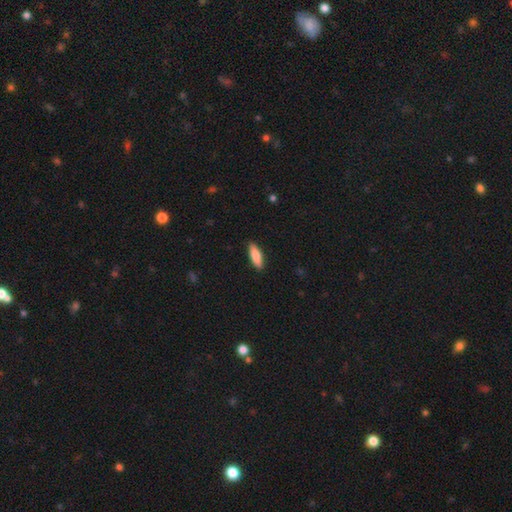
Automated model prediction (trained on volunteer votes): Smooth or featured?
  - smooth: 83% *
  - featured or disk: 12%
  - star or artifact: 5%
How rounded?
  - in between: 50% *
  - cigar-shaped: 48%
  - round: 2%
Merging?
  - none: 89% *
  - minor disturbance: 8%
  - major disturbance: 2%
  - merger: 1%